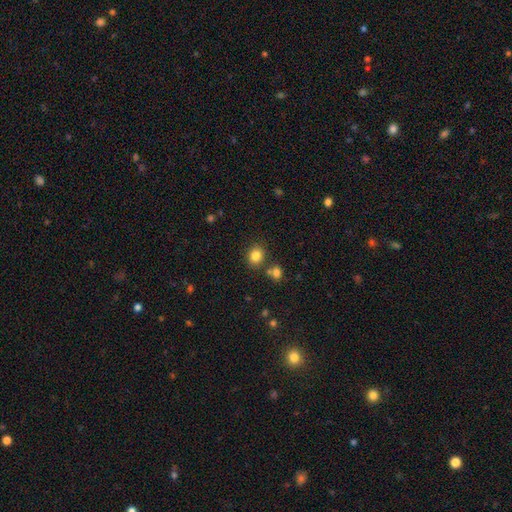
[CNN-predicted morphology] A smooth galaxy with no disk features (82%) that is round (64%). Merging: none (78%).